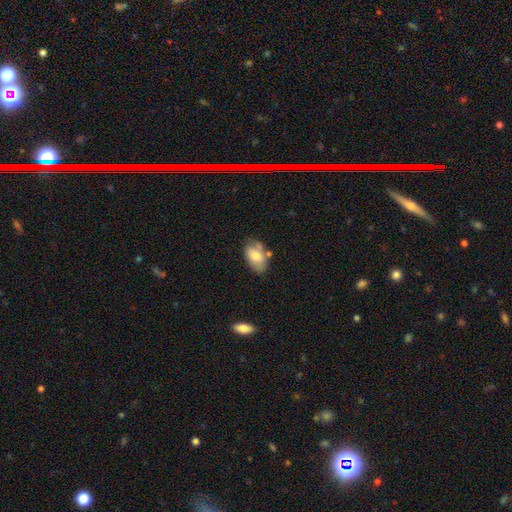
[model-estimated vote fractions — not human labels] This is likely a smooth galaxy (72%). How rounded: clearly in between (91%). Merging: possibly none (52%).